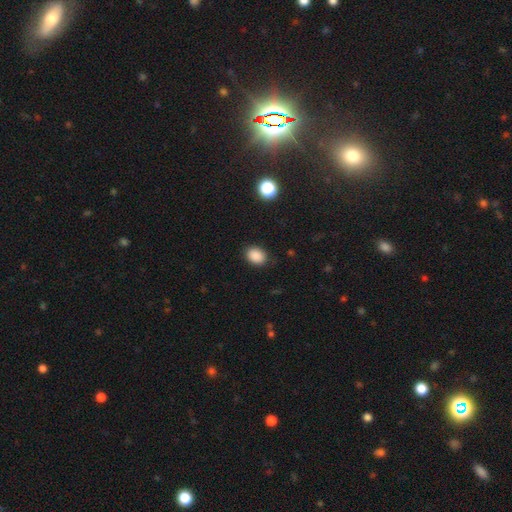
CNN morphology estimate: This is clearly a smooth galaxy (88%). How rounded: possibly in between (59%). Merging: clearly none (86%).